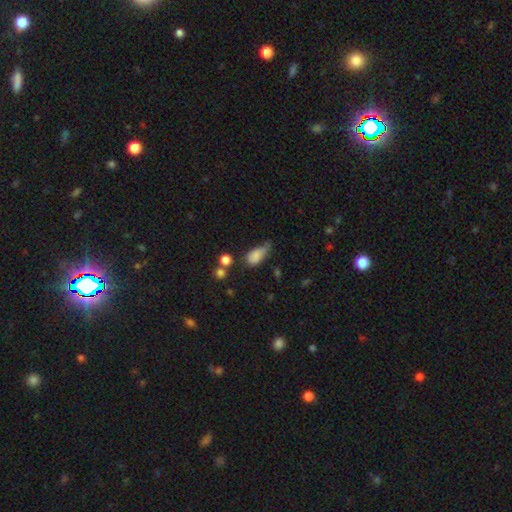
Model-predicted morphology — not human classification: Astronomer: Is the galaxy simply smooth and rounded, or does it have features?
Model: smooth — 78%.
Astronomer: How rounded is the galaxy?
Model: in between — 83%.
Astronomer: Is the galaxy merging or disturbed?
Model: minor disturbance — 41% (runner-up: major disturbance, 27%).